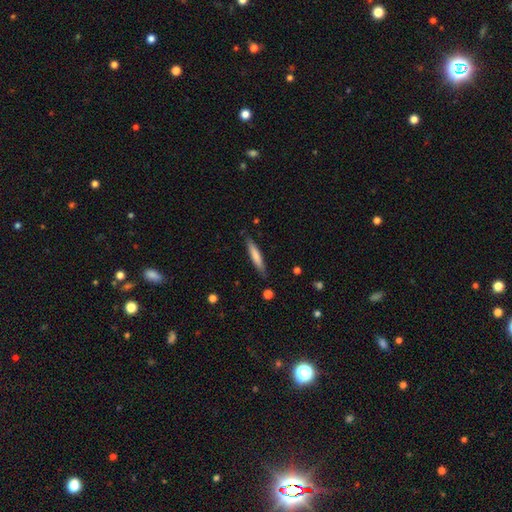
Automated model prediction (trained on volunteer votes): A smooth galaxy with no disk features (72%) that is cigar-shaped (90%).

Vote fractions:
- Smooth or featured? smooth: 72% / featured or disk: 23% / star or artifact: 5%
- How rounded? cigar-shaped: 90% / in between: 9% / round: 1%
- Merging? none: 85% / minor disturbance: 12% / major disturbance: 2% / merger: 2%